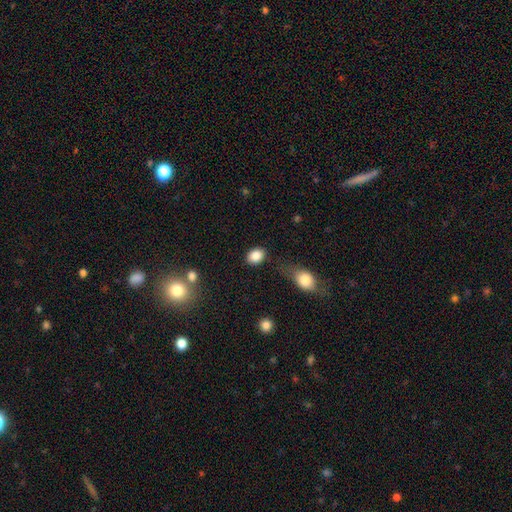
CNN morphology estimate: Smooth or featured?
  - smooth: 86% *
  - star or artifact: 9%
  - featured or disk: 6%
How rounded?
  - in between: 62% *
  - round: 37%
  - cigar-shaped: 1%
Merging?
  - none: 79% *
  - minor disturbance: 12%
  - merger: 5%
  - major disturbance: 4%